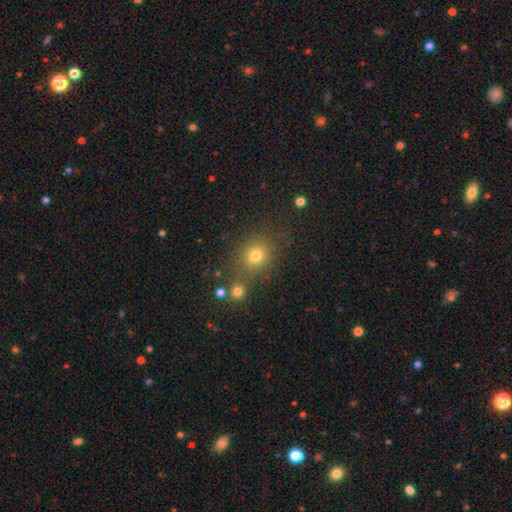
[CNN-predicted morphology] smooth-or-featured: smooth: 74% | star or artifact: 18% | featured or disk: 8%
  how-rounded: round: 70% | in between: 28% | cigar-shaped: 1%
  merging: none: 70% | merger: 14% | minor disturbance: 11% | major disturbance: 5%